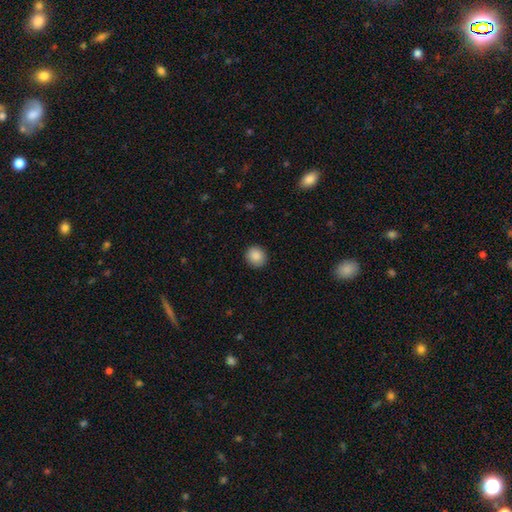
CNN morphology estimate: Smooth or featured: smooth — 88% (star or artifact — 8%)
How rounded: round — 87% (in between — 12%)
Merging: none — 91% (minor disturbance — 6%)